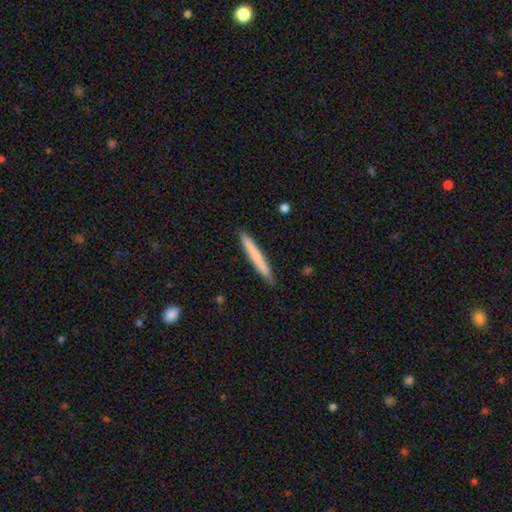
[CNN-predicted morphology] smooth 72%, featured or disk 23%, star or artifact 6%. Down the decision tree: how rounded — cigar-shaped (96%); merging — none (90%).